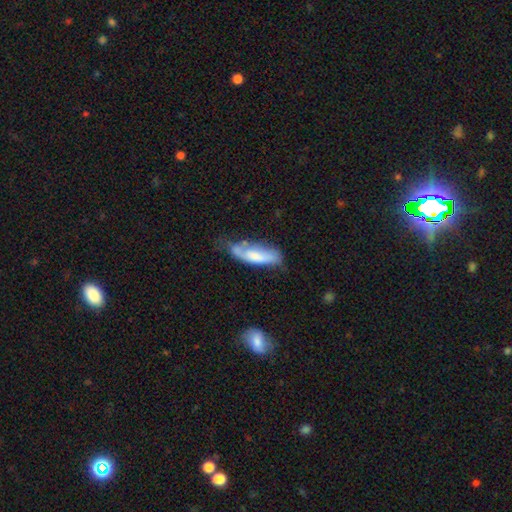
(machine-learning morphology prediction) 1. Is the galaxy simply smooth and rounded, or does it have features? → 62% smooth, 32% featured or disk, 6% star or artifact.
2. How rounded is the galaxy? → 53% in between, 45% cigar-shaped, 2% round.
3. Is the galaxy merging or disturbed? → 39% none, 36% minor disturbance, 16% major disturbance, 10% merger.